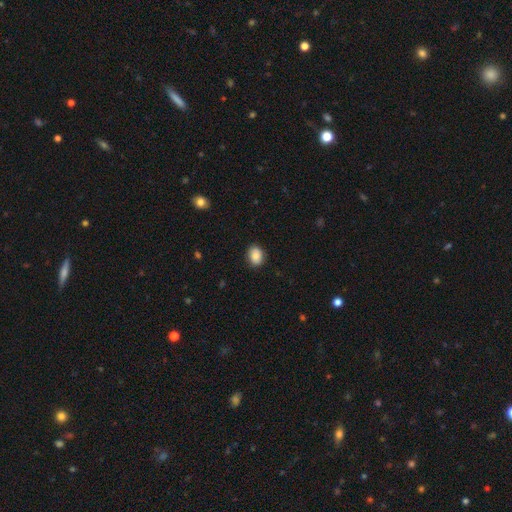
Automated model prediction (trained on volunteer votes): This is clearly a smooth galaxy (88%). How rounded: likely in between (65%). Merging: clearly none (87%).